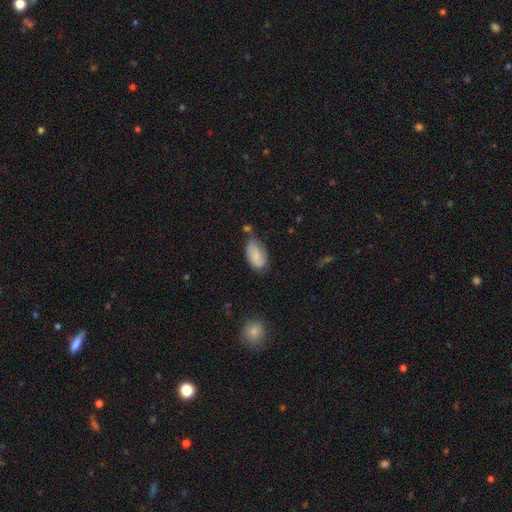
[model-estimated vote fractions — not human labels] This appears to be a smooth galaxy with no disk features (80%) that is in between round and cigar-shaped (94%). Merging: none (55%).